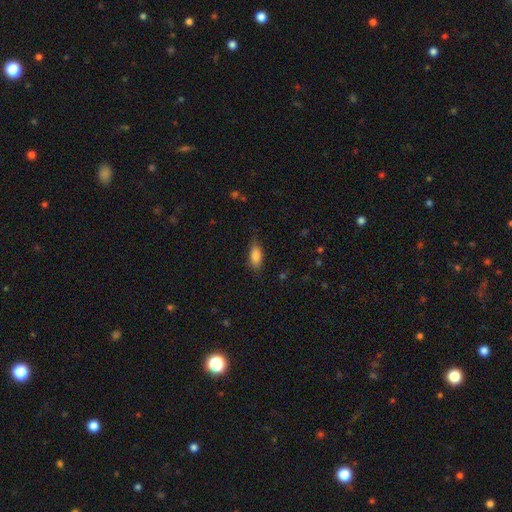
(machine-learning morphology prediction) smooth_or_featured: smooth (p=0.85) [alt: featured or disk p=0.08]
how_rounded: in between (p=0.83) [alt: cigar-shaped p=0.14]
merging: none (p=0.77) [alt: minor disturbance p=0.17]